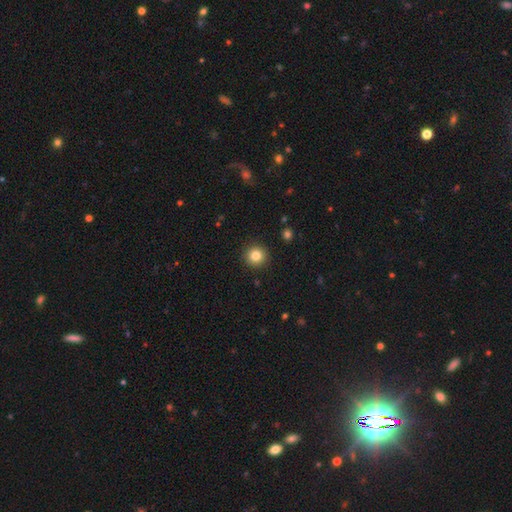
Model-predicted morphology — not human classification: Smooth or featured: smooth — 83% (star or artifact — 11%)
How rounded: round — 95% (in between — 5%)
Merging: none — 92% (minor disturbance — 5%)